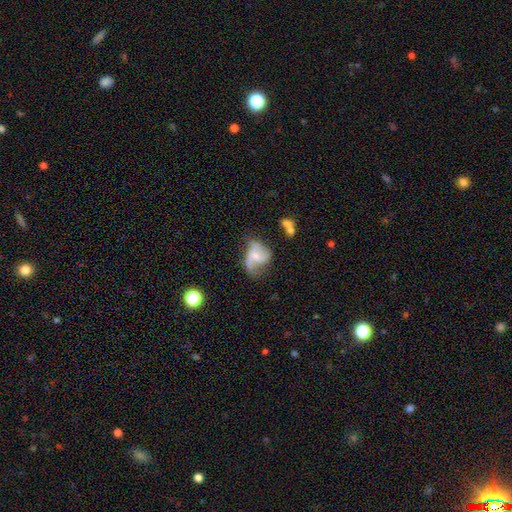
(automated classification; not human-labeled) A featured or disk galaxy (68%) with no bar (60%), 2 (70%) loose (52%) spiral arms (85%) and a small central bulge (49%).

Vote fractions:
- Smooth or featured? featured or disk: 68% / smooth: 24% / star or artifact: 8%
- Edge-on disk? no: 97% / yes: 3%
- Bar? no: 60% / weak: 32% / strong: 8%
- Spiral arms? yes: 85% / no: 15%
- Spiral winding? loose: 52% / medium: 37% / tight: 11%
- Spiral arm count? 2: 70% / can't tell: 9% / 3: 9% / 1: 8% / 4: 2% / more than 4: 1%
- Bulge size? small: 49% / moderate: 40% / none: 7% / large: 3% / dominant: 1%
- Merging? none: 37% / minor disturbance: 30% / major disturbance: 26% / merger: 7%